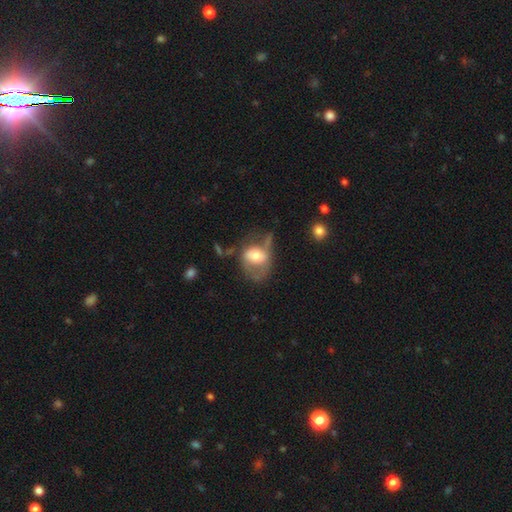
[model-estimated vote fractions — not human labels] This is possibly a smooth galaxy (52%). How rounded: possibly in between (59%). Merging: marginally major disturbance (39%).